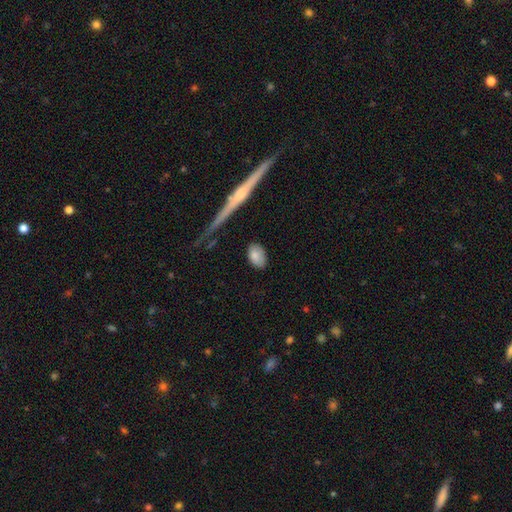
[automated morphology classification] type=smooth (82%); roundness=in between (90%); merging=none (80%).